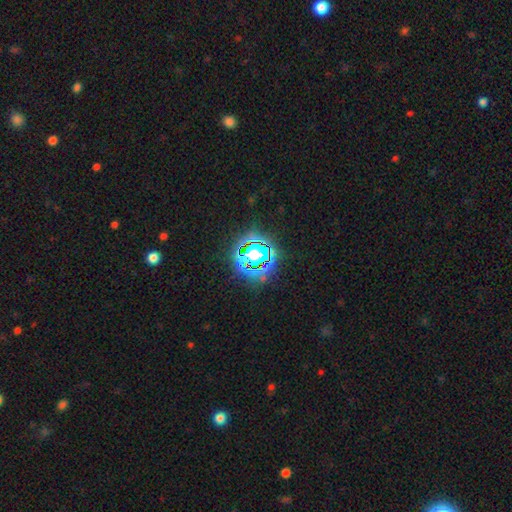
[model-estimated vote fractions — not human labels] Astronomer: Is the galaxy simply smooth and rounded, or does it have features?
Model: star or artifact — 67%.